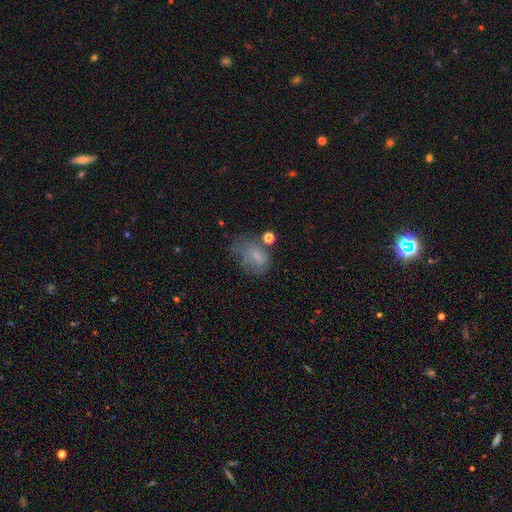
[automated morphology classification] smooth 59%, featured or disk 27%, star or artifact 14%. Down the decision tree: how rounded — in between (75%); merging — none (37%).